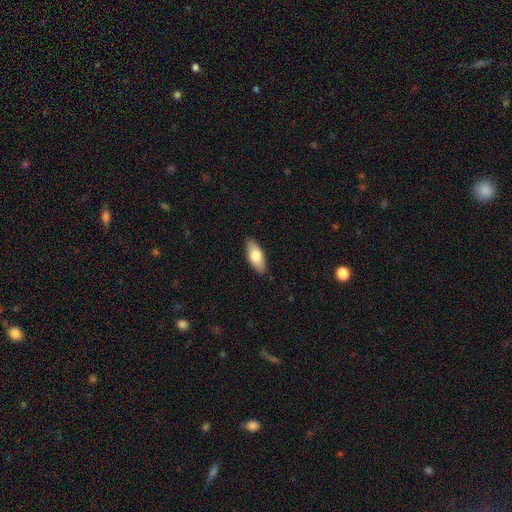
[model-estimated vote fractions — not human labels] Smooth or featured: smooth — 76% (featured or disk — 18%)
How rounded: in between — 86% (cigar-shaped — 12%)
Merging: none — 88% (minor disturbance — 9%)